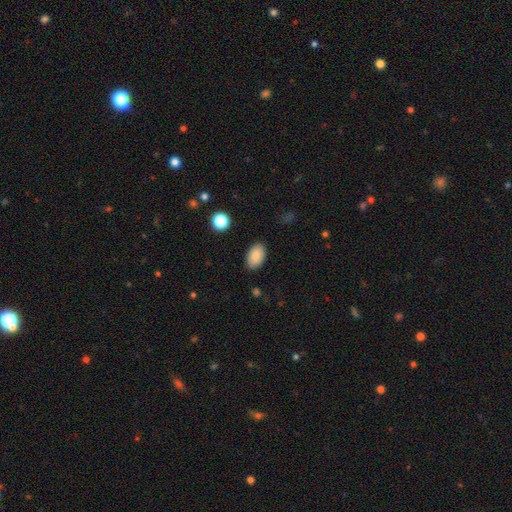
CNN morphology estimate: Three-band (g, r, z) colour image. It shows a smooth galaxy with no disk features (88%) that is in between round and cigar-shaped (91%). Merging: none (86%).